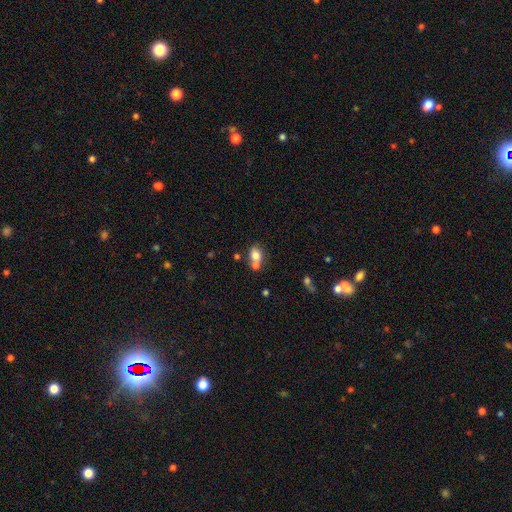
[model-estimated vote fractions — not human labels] Q: Smooth or featured?
A: smooth (77%); runner-up: featured or disk (13%)
Q: How rounded?
A: in between (51%); runner-up: round (47%)
Q: Merging?
A: merger (48%); runner-up: none (38%)